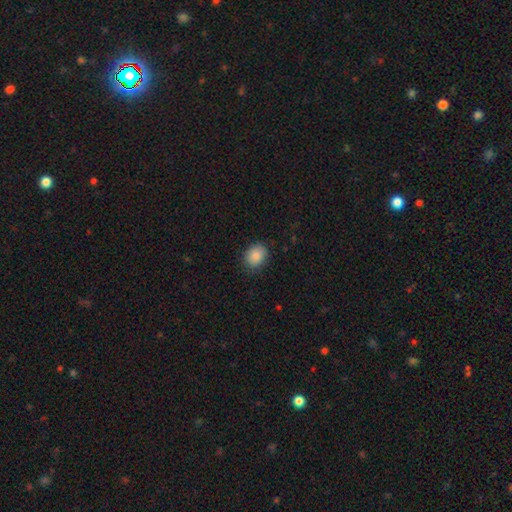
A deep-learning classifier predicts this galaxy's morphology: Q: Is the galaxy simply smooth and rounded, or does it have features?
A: smooth — 88%.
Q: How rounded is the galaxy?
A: in between — 54%.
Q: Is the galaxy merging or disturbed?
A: none — 85%.